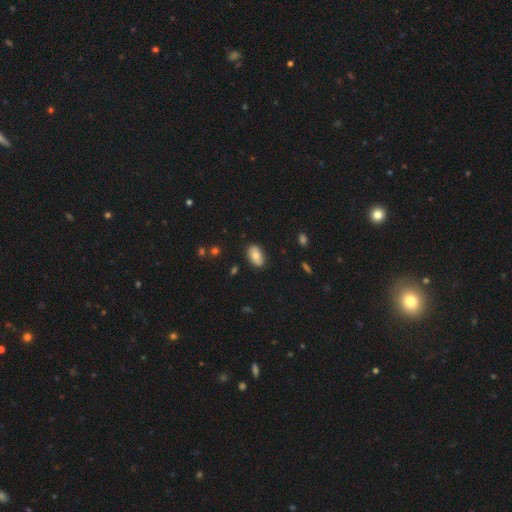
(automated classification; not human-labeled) Smooth or featured? smooth (72%)
How rounded? in between (91%)
Merging? none (84%)